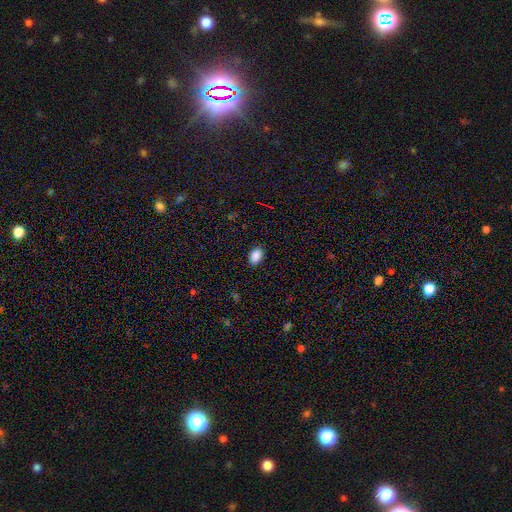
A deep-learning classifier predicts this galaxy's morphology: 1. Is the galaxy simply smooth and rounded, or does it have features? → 88% smooth, 9% star or artifact, 3% featured or disk.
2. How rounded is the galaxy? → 84% in between, 15% round, 1% cigar-shaped.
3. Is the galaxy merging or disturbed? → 87% none, 10% minor disturbance, 2% major disturbance, 1% merger.